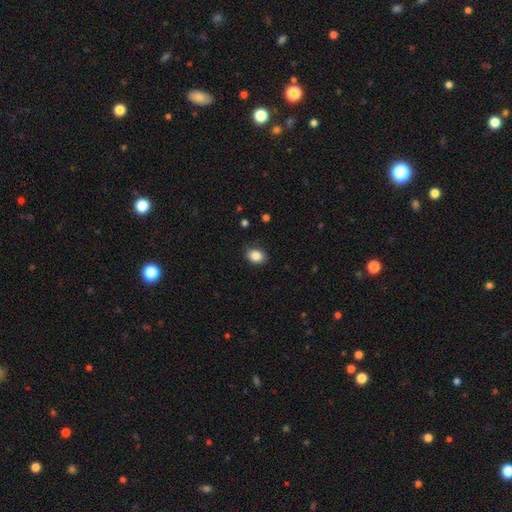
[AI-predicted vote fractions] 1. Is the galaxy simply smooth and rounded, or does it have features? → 87% smooth, 9% star or artifact, 4% featured or disk.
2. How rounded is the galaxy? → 58% in between, 41% round, 1% cigar-shaped.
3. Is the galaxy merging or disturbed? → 85% none, 11% minor disturbance, 3% major disturbance, 1% merger.